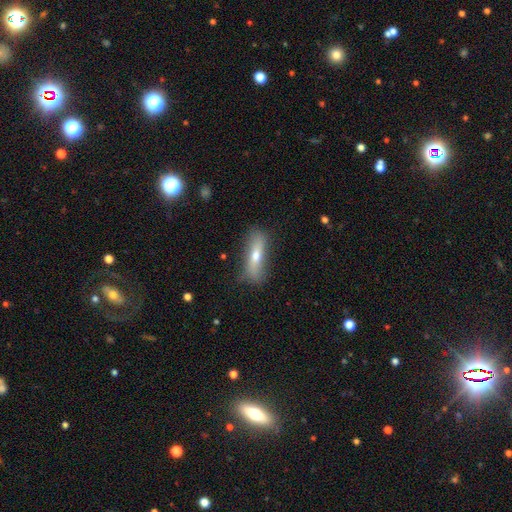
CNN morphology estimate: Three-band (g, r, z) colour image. It shows a smooth galaxy with no disk features (56%) that is cigar-shaped (64%). Merging: none (76%).